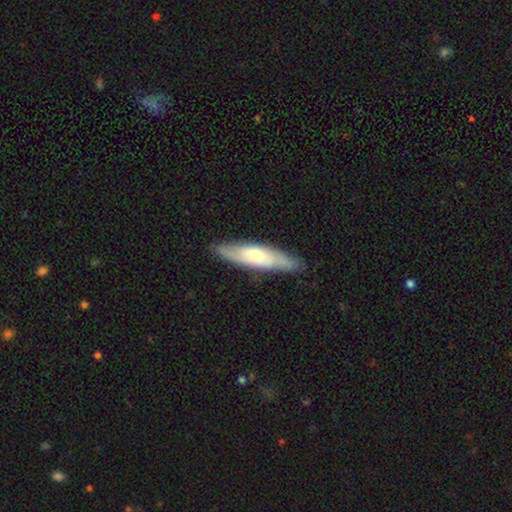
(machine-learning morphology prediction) featured or disk 52%, smooth 43%, star or artifact 5%. Down the decision tree: edge-on disk — yes (57%); merging — none (83%).